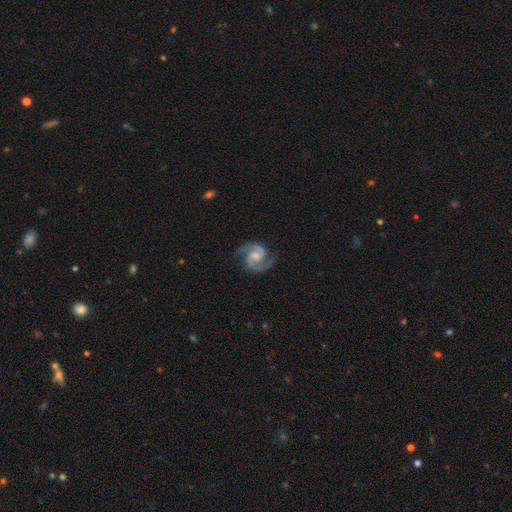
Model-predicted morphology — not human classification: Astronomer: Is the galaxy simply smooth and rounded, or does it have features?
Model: featured or disk — 93%.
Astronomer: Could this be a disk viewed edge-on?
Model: no — 98%.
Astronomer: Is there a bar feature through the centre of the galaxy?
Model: no — 49% (runner-up: weak, 40%).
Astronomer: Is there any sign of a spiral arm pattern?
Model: yes — 99%.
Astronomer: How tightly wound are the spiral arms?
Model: medium — 59%.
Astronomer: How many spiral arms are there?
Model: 2 — 94%.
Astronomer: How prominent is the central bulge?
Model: moderate — 43% (runner-up: small, 32%).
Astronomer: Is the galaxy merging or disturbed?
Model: none — 83%.